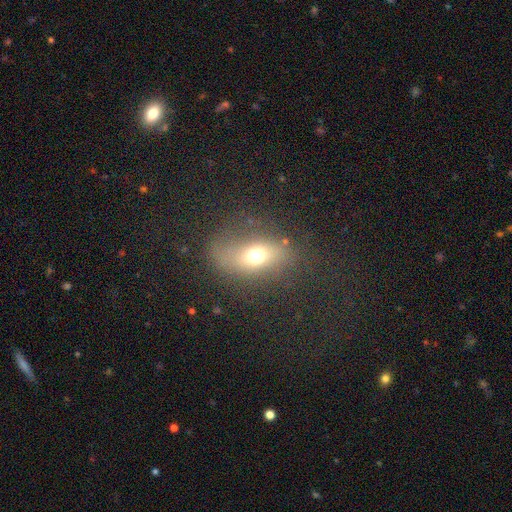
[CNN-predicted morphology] Smooth or featured?
  - smooth: 58% *
  - featured or disk: 27%
  - star or artifact: 15%
How rounded?
  - in between: 69% *
  - round: 28%
  - cigar-shaped: 4%
Merging?
  - none: 64% *
  - minor disturbance: 18%
  - major disturbance: 15%
  - merger: 2%